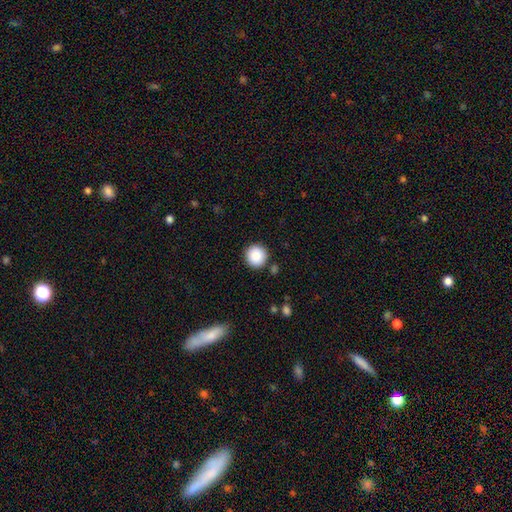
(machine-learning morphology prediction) smooth_or_featured: smooth (p=0.87) [alt: star or artifact p=0.08]
how_rounded: round (p=0.95) [alt: in between p=0.04]
merging: none (p=0.89) [alt: minor disturbance p=0.06]